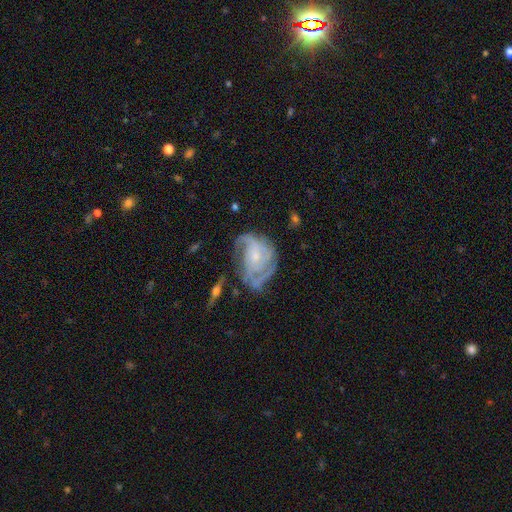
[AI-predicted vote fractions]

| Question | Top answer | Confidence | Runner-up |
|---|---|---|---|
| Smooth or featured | featured or disk | 83% | smooth (11%) |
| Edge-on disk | no | 97% | yes (3%) |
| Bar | no | 67% | weak (27%) |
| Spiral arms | yes | 94% | no (6%) |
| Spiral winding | tight | 45% | medium (40%) |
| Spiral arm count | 3 | 29% | 2 (27%) |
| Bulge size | small | 63% | moderate (27%) |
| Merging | none | 52% | minor disturbance (24%) |